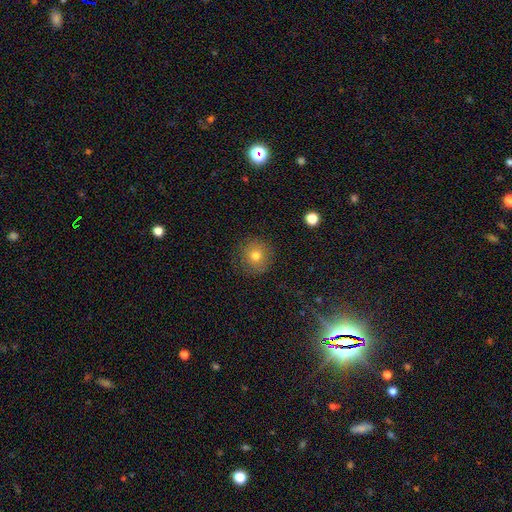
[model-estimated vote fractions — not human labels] Smooth or featured: smooth — 75% (star or artifact — 13%)
How rounded: round — 93% (in between — 6%)
Merging: none — 86% (minor disturbance — 9%)